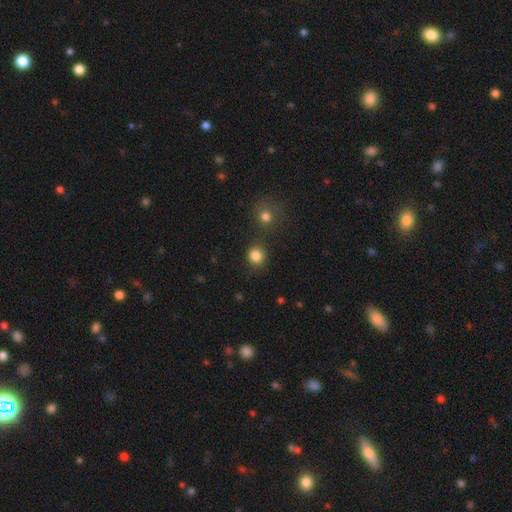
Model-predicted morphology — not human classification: smooth 84%, star or artifact 12%, featured or disk 4%. Down the decision tree: how rounded — round (88%); merging — none (78%).